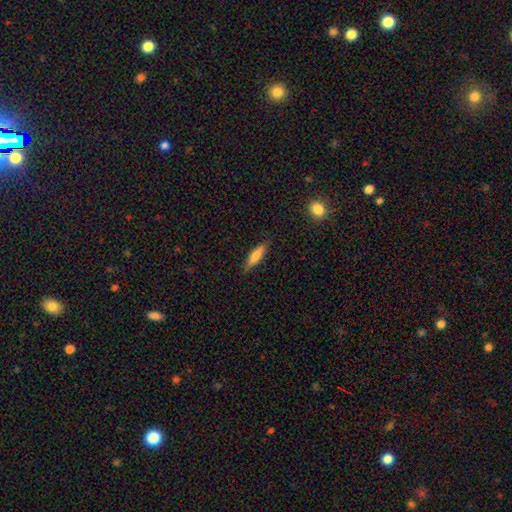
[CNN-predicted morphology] Smooth or featured: smooth — 74% (featured or disk — 20%)
How rounded: cigar-shaped — 75% (in between — 24%)
Merging: none — 85% (minor disturbance — 11%)